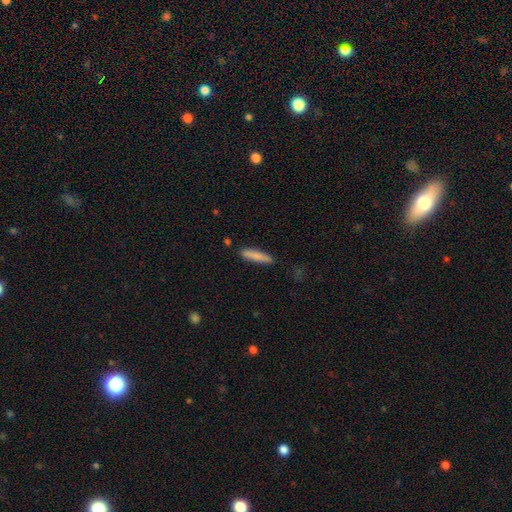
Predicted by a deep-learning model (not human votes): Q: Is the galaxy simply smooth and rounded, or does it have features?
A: smooth — 83%.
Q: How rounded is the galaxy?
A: cigar-shaped — 89%.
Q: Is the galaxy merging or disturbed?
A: none — 85%.